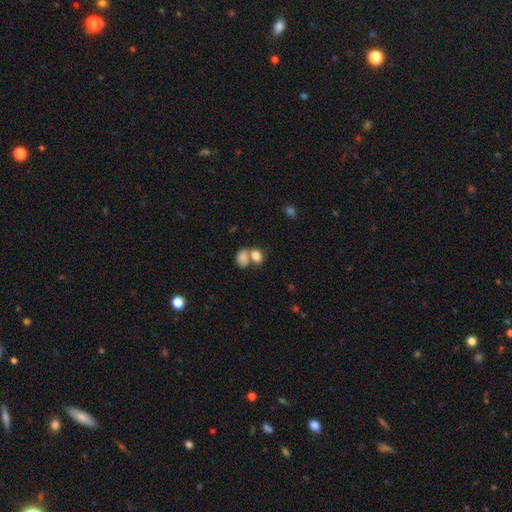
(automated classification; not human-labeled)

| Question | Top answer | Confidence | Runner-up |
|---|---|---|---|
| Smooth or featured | smooth | 81% | featured or disk (10%) |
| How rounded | in between | 76% | round (23%) |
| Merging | merger | 56% | none (30%) |